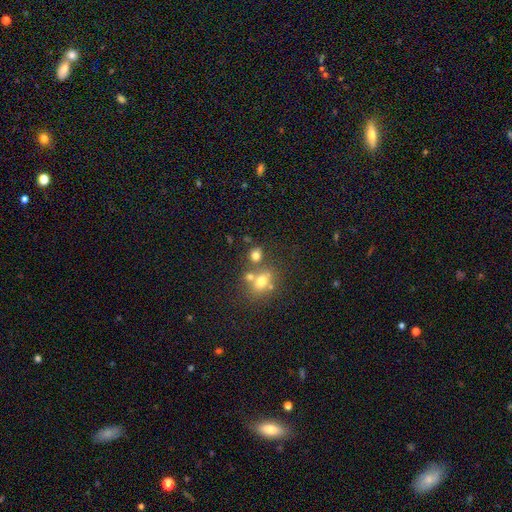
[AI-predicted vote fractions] Q: Smooth or featured?
A: smooth (70%); runner-up: star or artifact (17%)
Q: How rounded?
A: round (60%); runner-up: in between (38%)
Q: Merging?
A: none (52%); runner-up: merger (32%)